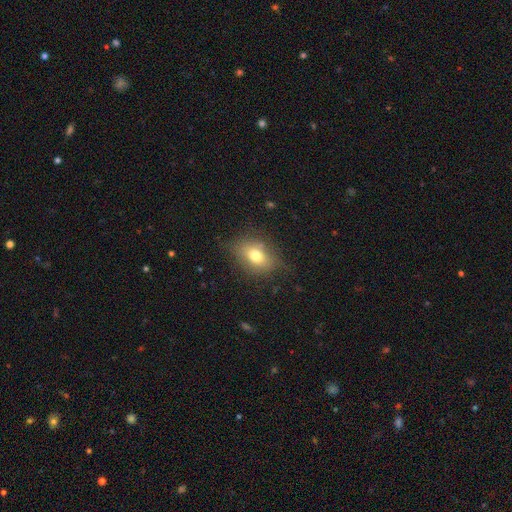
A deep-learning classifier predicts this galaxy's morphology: smooth 72%, featured or disk 16%, star or artifact 11%. Down the decision tree: how rounded — in between (72%); merging — none (72%).